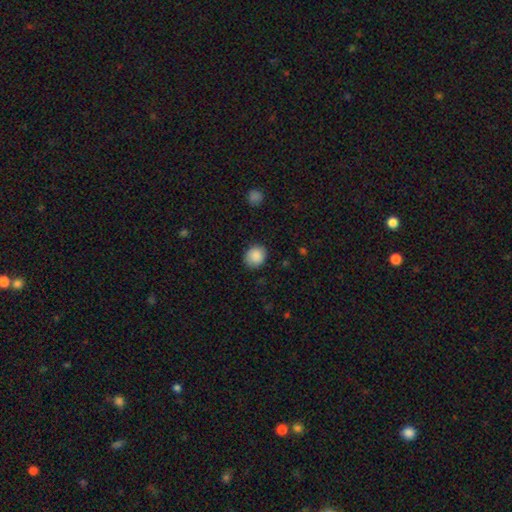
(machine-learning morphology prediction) This is clearly a smooth galaxy (88%). How rounded: likely round (73%). Merging: clearly none (85%).